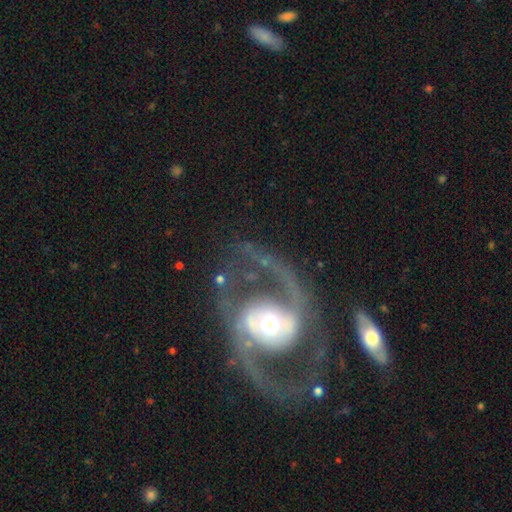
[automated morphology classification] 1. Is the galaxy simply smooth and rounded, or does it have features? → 90% featured or disk, 5% star or artifact, 5% smooth.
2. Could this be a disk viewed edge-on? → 97% no, 3% yes.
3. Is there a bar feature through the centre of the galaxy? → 44% no, 30% weak, 26% strong.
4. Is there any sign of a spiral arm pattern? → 95% yes, 5% no.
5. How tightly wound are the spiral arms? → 57% medium, 27% loose, 16% tight.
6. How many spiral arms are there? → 93% 2, 2% can't tell, 2% 1, 1% 3, 1% 4, 1% more than 4.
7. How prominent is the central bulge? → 57% moderate, 25% small, 14% large, 2% dominant, 1% none.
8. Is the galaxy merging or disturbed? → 73% none, 12% minor disturbance, 10% major disturbance, 4% merger.